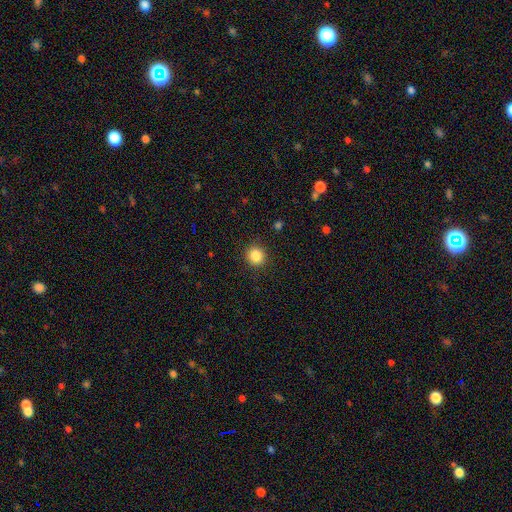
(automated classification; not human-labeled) Smooth or featured? smooth (86%)
How rounded? round (92%)
Merging? none (91%)